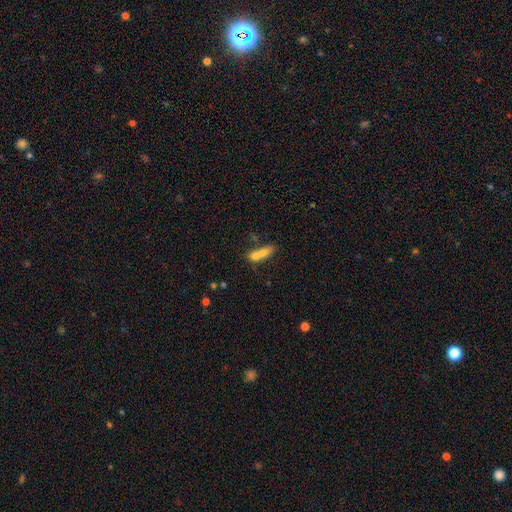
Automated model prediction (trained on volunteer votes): smooth 65%, featured or disk 24%, star or artifact 11%. Down the decision tree: how rounded — in between (56%); merging — merger (65%).